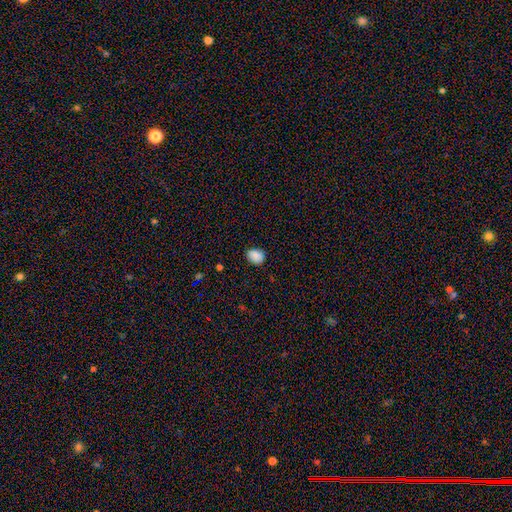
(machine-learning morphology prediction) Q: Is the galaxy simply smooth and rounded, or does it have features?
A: smooth — 87%.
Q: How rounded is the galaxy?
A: in between — 57%.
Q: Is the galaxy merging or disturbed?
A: none — 80%.